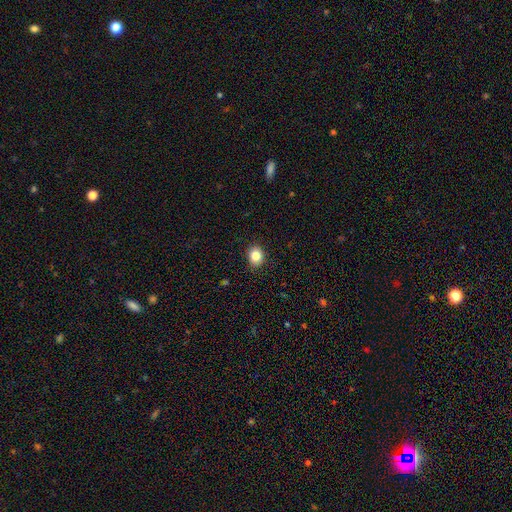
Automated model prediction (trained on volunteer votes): Smooth or featured? smooth (84%)
How rounded? round (57%)
Merging? none (88%)